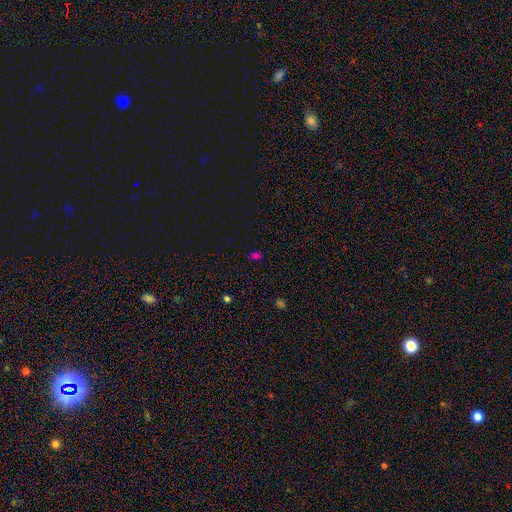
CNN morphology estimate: A smooth galaxy with no disk features (57%) that is in between round and cigar-shaped (67%).

Vote fractions:
- Smooth or featured? smooth: 57% / star or artifact: 38% / featured or disk: 6%
- How rounded? in between: 67% / round: 30% / cigar-shaped: 2%
- Merging? none: 80% / minor disturbance: 12% / major disturbance: 4% / merger: 3%